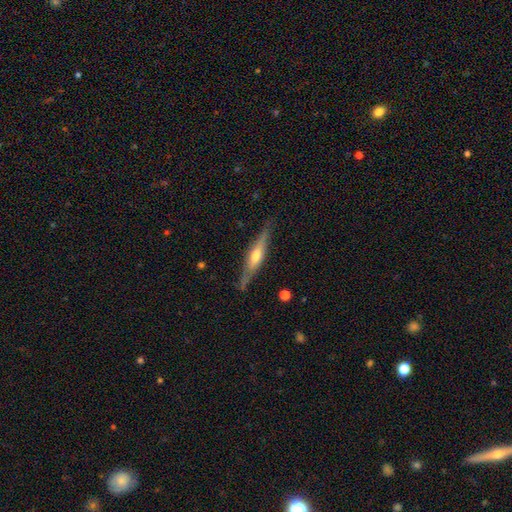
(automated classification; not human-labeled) Smooth or featured? Predicted: featured or disk (p=0.63). Edge-on disk? Predicted: yes (p=0.93). Edge-on bulge? Predicted: rounded (p=0.84). Merging? Predicted: none (p=0.83).